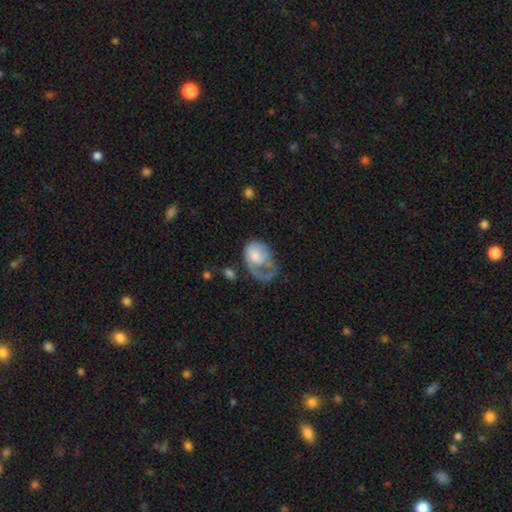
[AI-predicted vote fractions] Smooth or featured: featured or disk — 52% (smooth — 42%)
Edge-on disk: no — 97% (yes — 3%)
Bar: no — 78% (weak — 19%)
Spiral arms: yes — 63% (no — 37%)
Bulge size: moderate — 42% (small — 22%)
Merging: major disturbance — 54% (none — 22%)